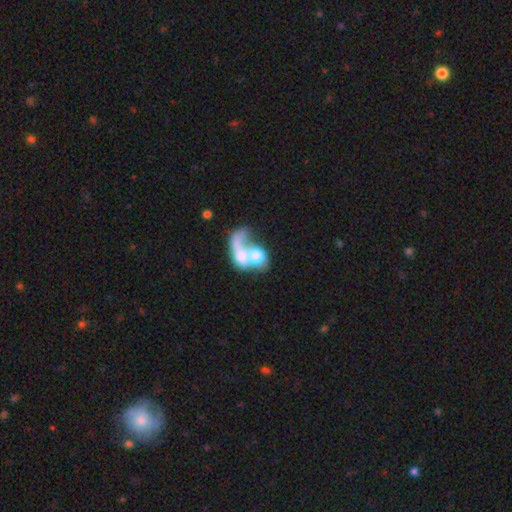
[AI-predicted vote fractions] Smooth or featured? smooth (48%)
Merging? merger (70%)